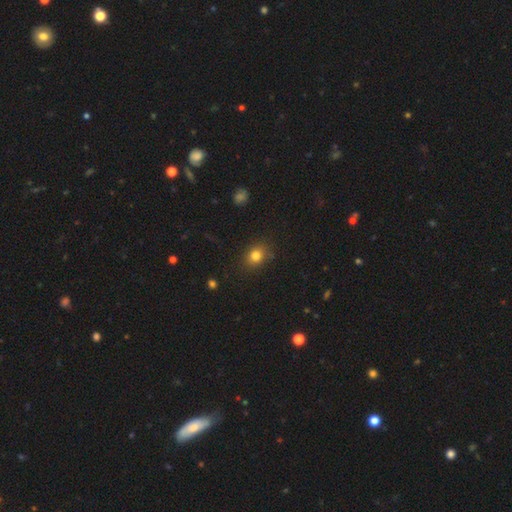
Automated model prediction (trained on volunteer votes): A smooth galaxy with no disk features (81%) that is round (59%). Merging: none (82%).